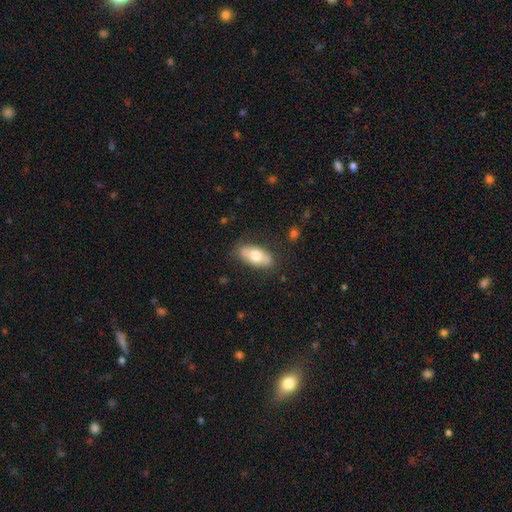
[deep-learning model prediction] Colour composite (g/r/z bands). It shows a smooth galaxy with no disk features (65%) that is in between round and cigar-shaped (87%). Merging: none (79%).